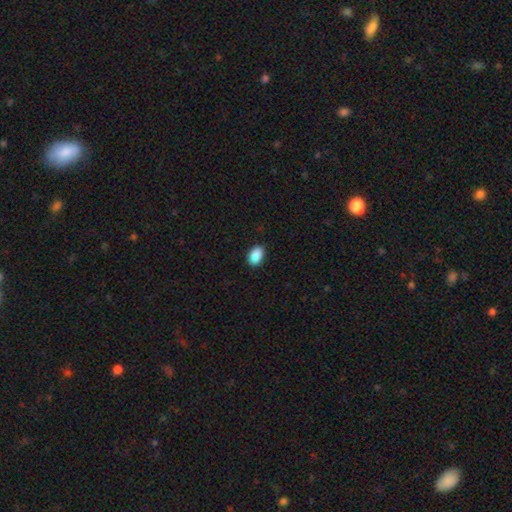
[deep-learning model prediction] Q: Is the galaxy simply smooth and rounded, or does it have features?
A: smooth — 90%.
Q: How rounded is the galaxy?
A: in between — 88%.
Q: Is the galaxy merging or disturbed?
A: none — 85%.